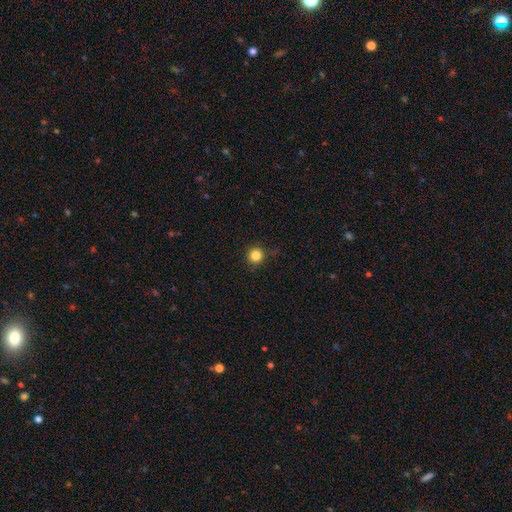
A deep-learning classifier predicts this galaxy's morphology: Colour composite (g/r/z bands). It shows a smooth galaxy with no disk features (84%) that is round (95%). Merging: none (88%).